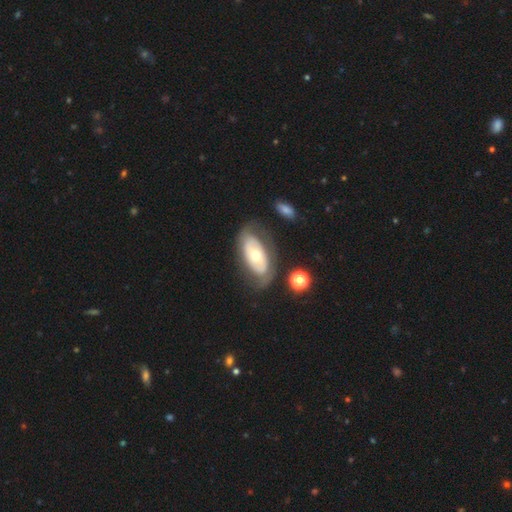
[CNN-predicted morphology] featured or disk 61%, smooth 33%, star or artifact 6%. Down the decision tree: edge-on disk — no (90%); bar — no (79%); spiral arms — no (57%); bulge size — moderate (63%); merging — none (65%).